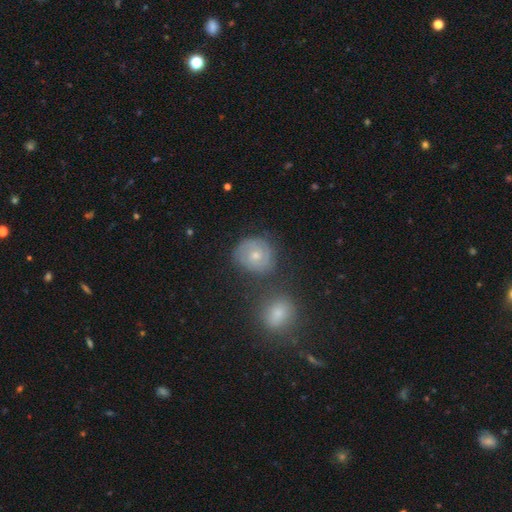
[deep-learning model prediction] Smooth or featured?
  - featured or disk: 48% *
  - smooth: 42%
  - star or artifact: 10%
Merging?
  - none: 68% *
  - minor disturbance: 17%
  - merger: 10%
  - major disturbance: 6%